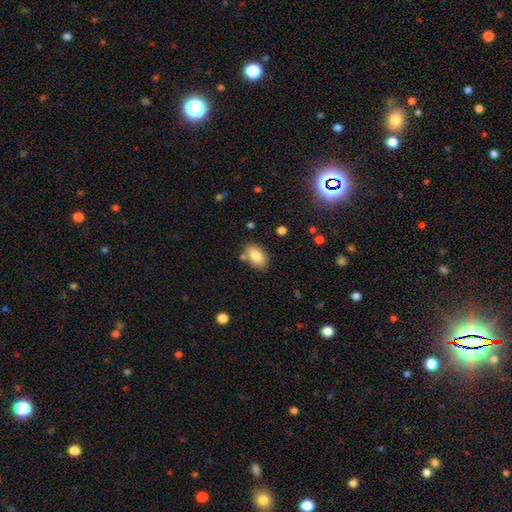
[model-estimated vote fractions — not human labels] Overall: smooth (83%). How rounded: in between (90%). Merging: none (77%).